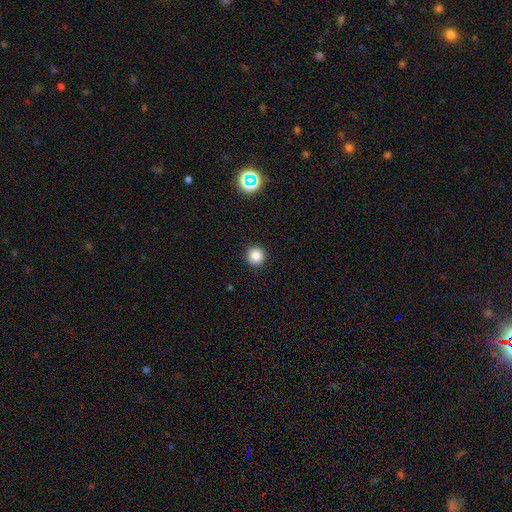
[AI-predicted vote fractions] Smooth or featured?
  - smooth: 84% *
  - star or artifact: 12%
  - featured or disk: 4%
How rounded?
  - round: 94% *
  - in between: 5%
  - cigar-shaped: 1%
Merging?
  - none: 92% *
  - minor disturbance: 5%
  - major disturbance: 2%
  - merger: 1%